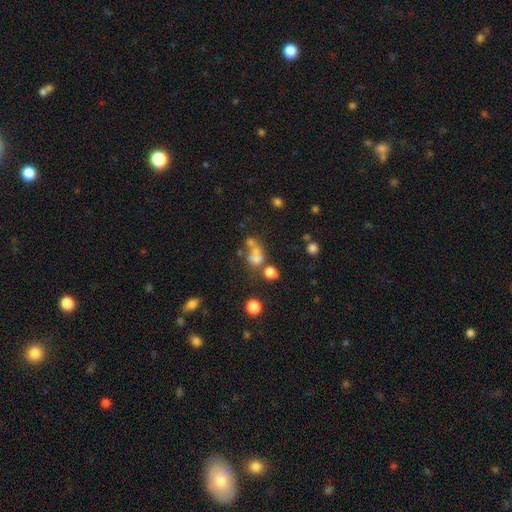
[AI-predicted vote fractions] Smooth or featured? smooth (56%)
How rounded? round (53%)
Merging? merger (46%)